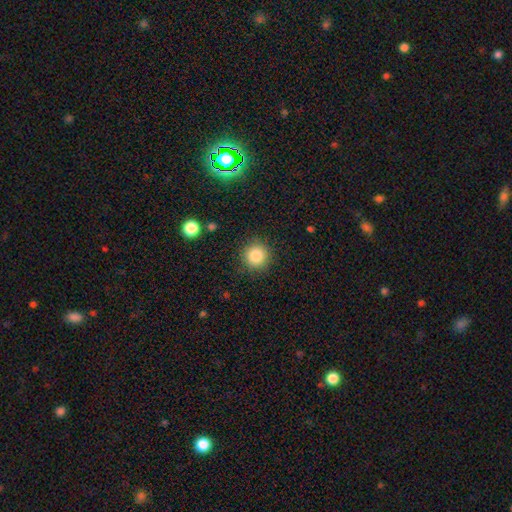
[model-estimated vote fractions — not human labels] This appears to be a smooth galaxy with no disk features (85%) that is round (93%). Merging: none (88%).